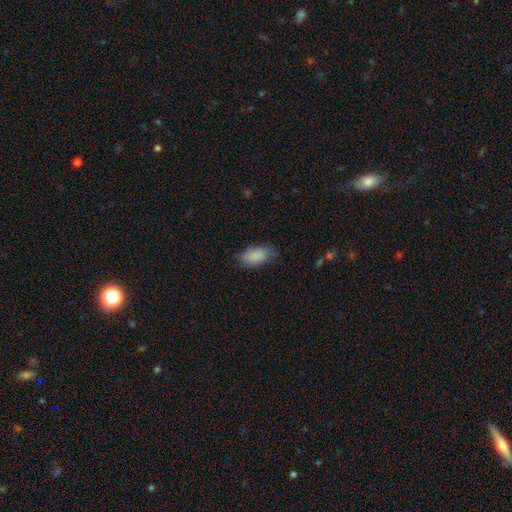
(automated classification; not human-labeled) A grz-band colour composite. It shows a smooth galaxy with no disk features (87%) that is in between round and cigar-shaped (92%). Merging: none (72%).